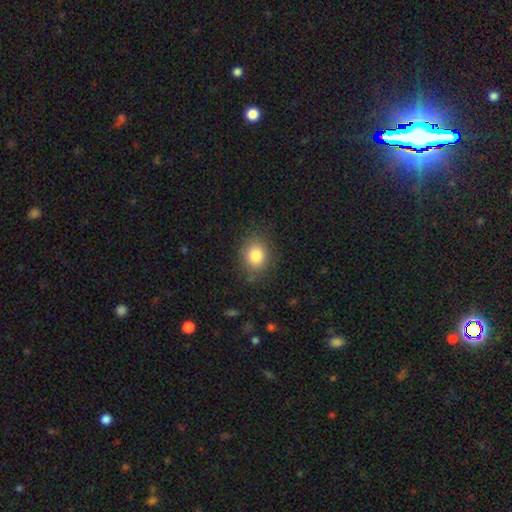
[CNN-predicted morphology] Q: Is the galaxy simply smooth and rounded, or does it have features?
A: smooth — 83%.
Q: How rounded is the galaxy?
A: round — 62%.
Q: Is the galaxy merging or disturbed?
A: none — 81%.